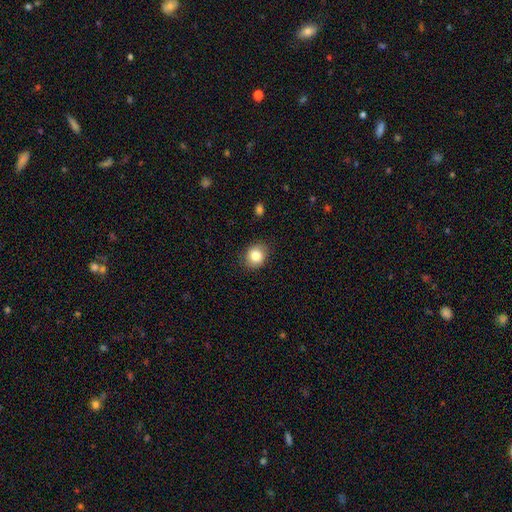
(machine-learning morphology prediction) Smooth or featured?
  - smooth: 83% *
  - star or artifact: 9%
  - featured or disk: 8%
How rounded?
  - round: 65% *
  - in between: 34%
  - cigar-shaped: 1%
Merging?
  - none: 86% *
  - minor disturbance: 11%
  - major disturbance: 3%
  - merger: 1%